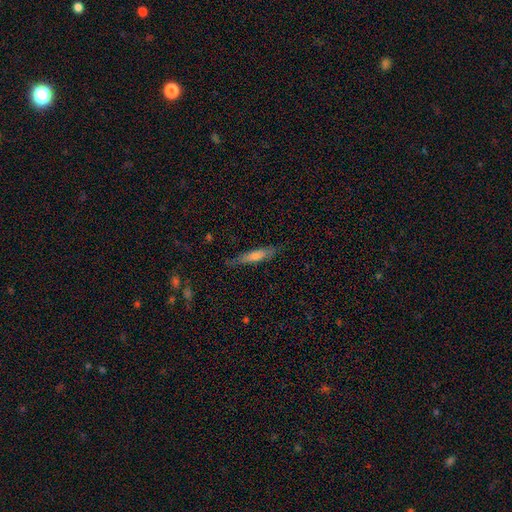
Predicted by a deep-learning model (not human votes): A smooth galaxy with no disk features (58%) that is cigar-shaped (84%).

Vote fractions:
- Smooth or featured? smooth: 58% / featured or disk: 35% / star or artifact: 7%
- How rounded? cigar-shaped: 84% / in between: 15% / round: 2%
- Merging? none: 77% / minor disturbance: 18% / major disturbance: 4% / merger: 1%